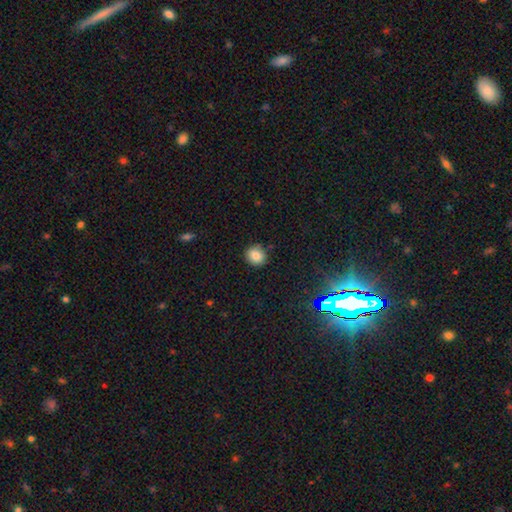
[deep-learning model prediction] Q: Smooth or featured?
A: smooth (82%); runner-up: star or artifact (11%)
Q: How rounded?
A: round (84%); runner-up: in between (15%)
Q: Merging?
A: none (87%); runner-up: minor disturbance (9%)